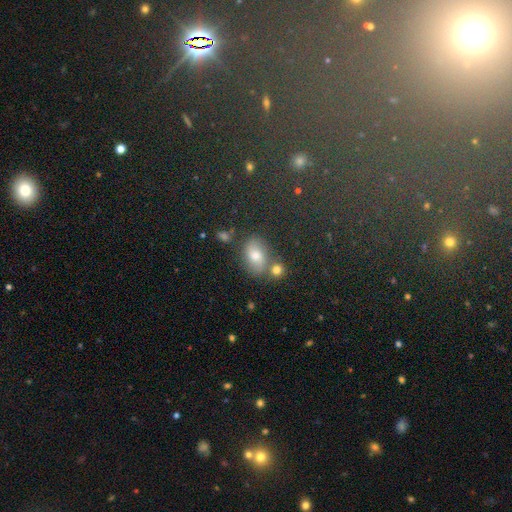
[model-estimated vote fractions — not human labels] This is possibly a smooth galaxy (57%). How rounded: clearly in between (80%). Merging: likely none (66%).